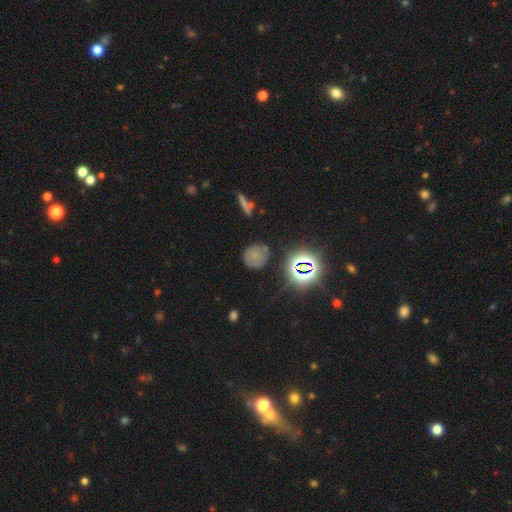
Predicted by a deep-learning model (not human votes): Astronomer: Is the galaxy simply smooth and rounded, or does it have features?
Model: smooth — 47% (runner-up: star or artifact, 36%).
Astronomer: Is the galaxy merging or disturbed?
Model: none — 77%.